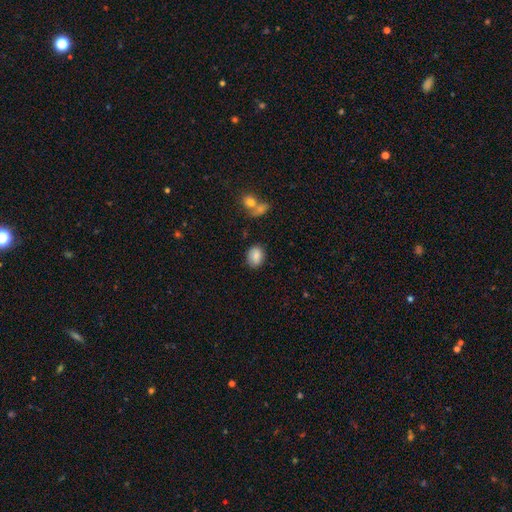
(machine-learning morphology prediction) smooth-or-featured: smooth: 84% | star or artifact: 8% | featured or disk: 7%
  how-rounded: in between: 62% | round: 37% | cigar-shaped: 1%
  merging: none: 79% | minor disturbance: 14% | major disturbance: 3% | merger: 3%